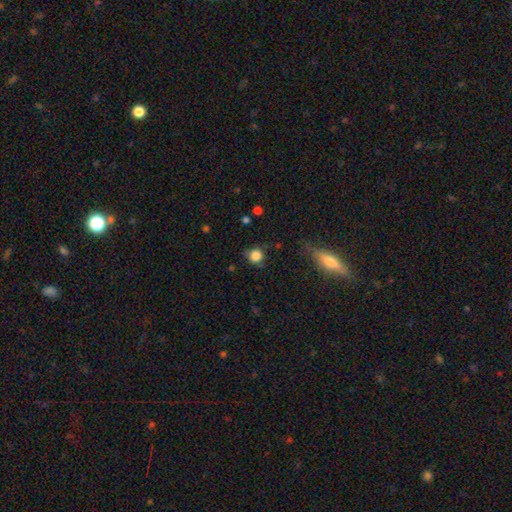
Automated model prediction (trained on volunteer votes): A smooth galaxy with no disk features (83%) that is round (88%). Merging: none (74%).